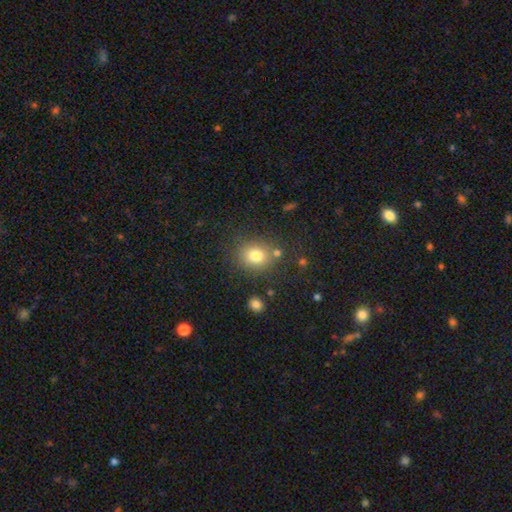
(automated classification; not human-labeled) Smooth or featured? smooth (78%)
How rounded? round (69%)
Merging? none (77%)